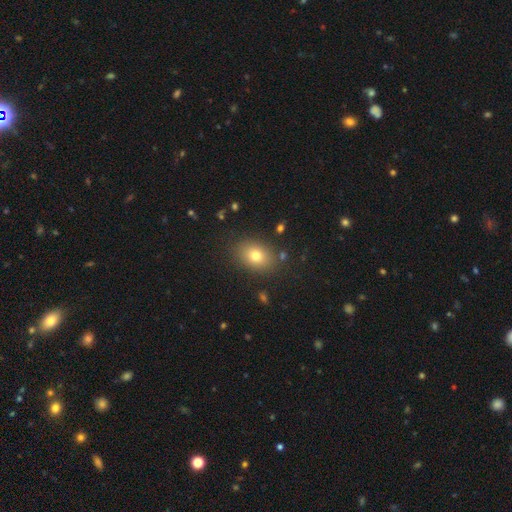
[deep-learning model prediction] smooth_or_featured: smooth (p=0.77) [alt: featured or disk p=0.12]
how_rounded: in between (p=0.73) [alt: round p=0.26]
merging: none (p=0.86) [alt: minor disturbance p=0.09]